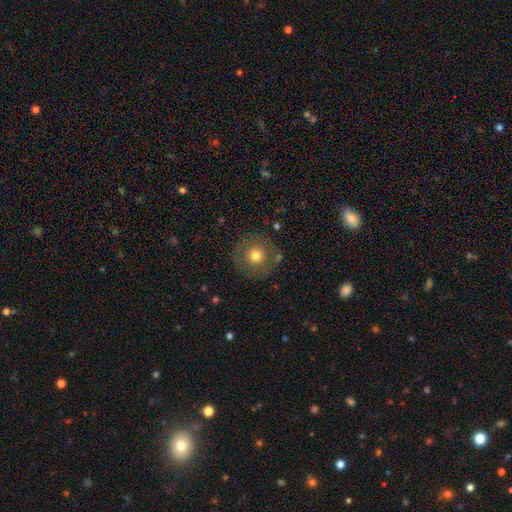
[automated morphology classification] Q: Smooth or featured?
A: smooth (69%); runner-up: featured or disk (21%)
Q: How rounded?
A: round (96%); runner-up: in between (3%)
Q: Merging?
A: none (85%); runner-up: minor disturbance (9%)